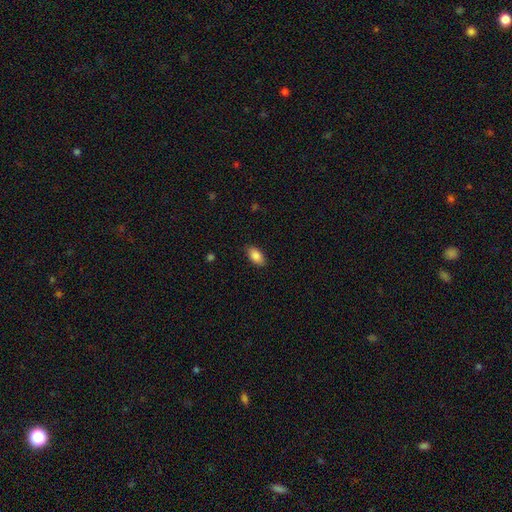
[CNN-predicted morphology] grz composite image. It shows a smooth galaxy with no disk features (86%) that is in between round and cigar-shaped (92%). Merging: none (87%).